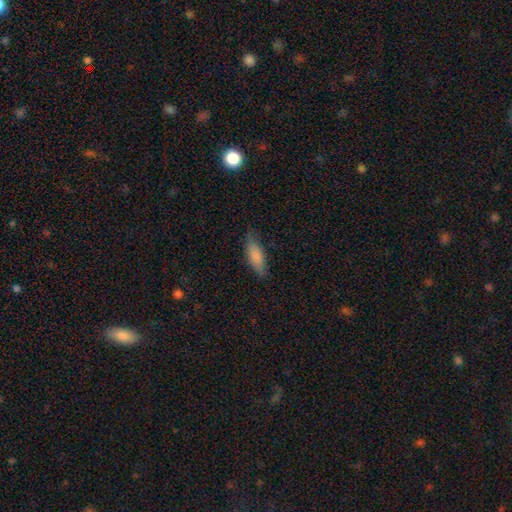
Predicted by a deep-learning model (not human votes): This is clearly a smooth galaxy (83%). How rounded: likely in between (71%). Merging: likely none (70%).